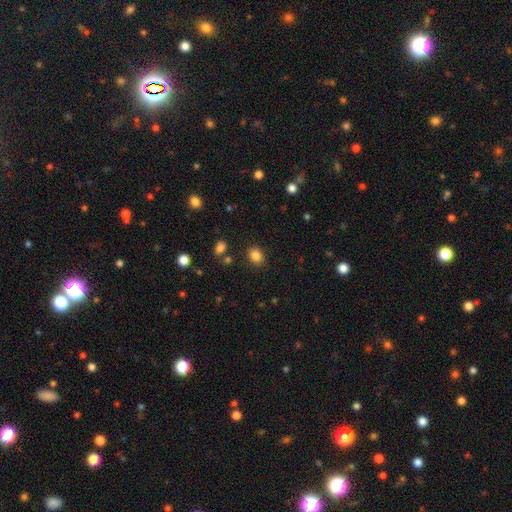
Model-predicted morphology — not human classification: smooth 83%, star or artifact 11%, featured or disk 5%. Down the decision tree: how rounded — round (53%); merging — none (86%).